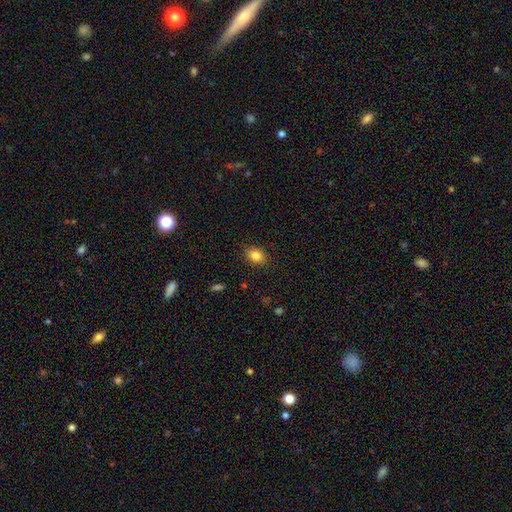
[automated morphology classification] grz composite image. It shows a smooth galaxy with no disk features (84%) that is in between round and cigar-shaped (60%). Merging: none (87%).